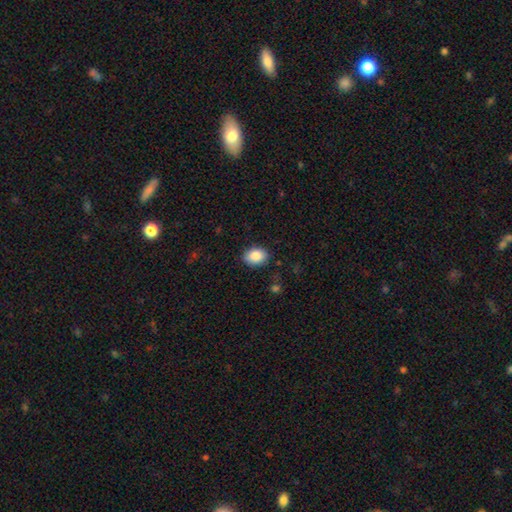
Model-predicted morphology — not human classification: Smooth or featured: smooth — 86% (star or artifact — 8%)
How rounded: in between — 68% (round — 31%)
Merging: none — 86% (minor disturbance — 10%)